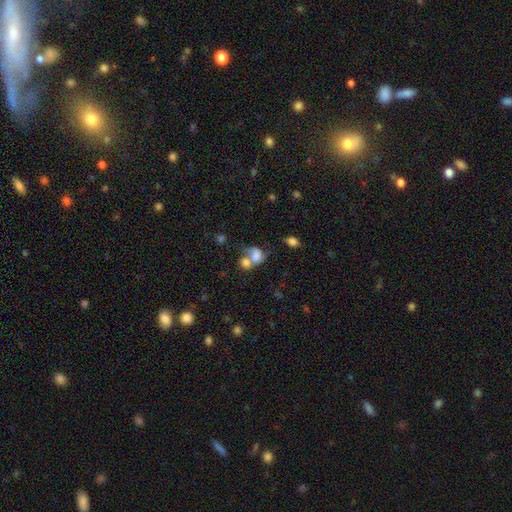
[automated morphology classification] Q: Smooth or featured?
A: smooth (66%); runner-up: featured or disk (22%)
Q: How rounded?
A: in between (64%); runner-up: round (35%)
Q: Merging?
A: merger (61%); runner-up: none (19%)